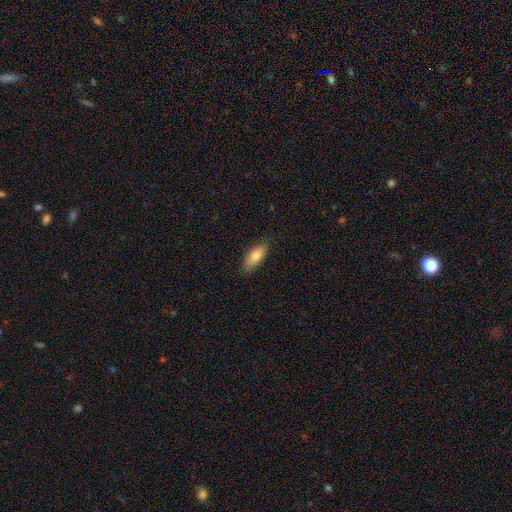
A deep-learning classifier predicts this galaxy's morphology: This is likely a smooth galaxy (78%). How rounded: likely in between (77%). Merging: clearly none (83%).